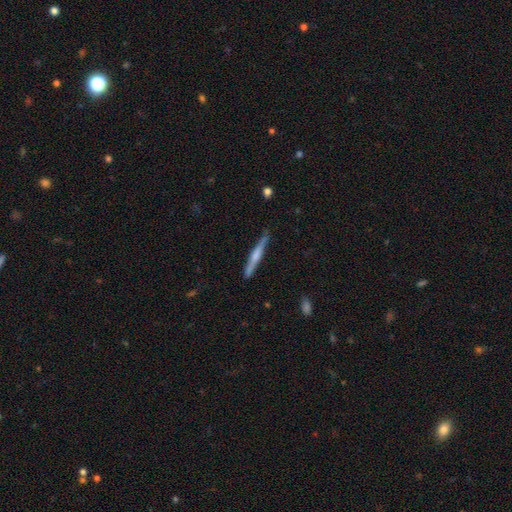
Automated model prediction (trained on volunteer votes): smooth_or_featured: featured or disk (p=0.56) [alt: smooth p=0.39]
disk_edge_on: yes (p=0.97) [alt: no p=0.03]
edge_on_bulge: rounded (p=0.56) [alt: none p=0.24]
merging: none (p=0.86) [alt: minor disturbance p=0.10]